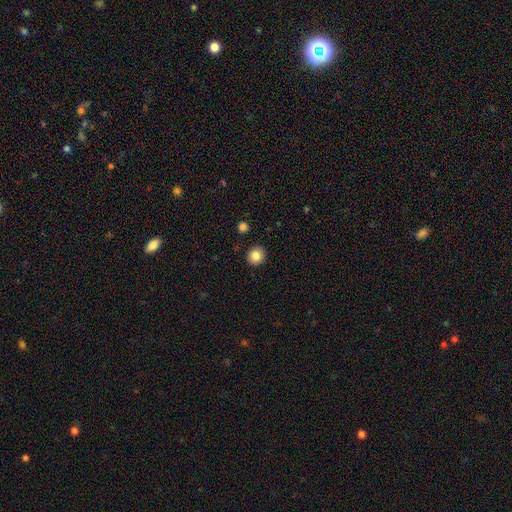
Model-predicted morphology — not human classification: The model was most divided on "smooth or featured": smooth: 83%, star or artifact: 10%, featured or disk: 7%. More confident: merging — none (91%); how rounded — round (88%).